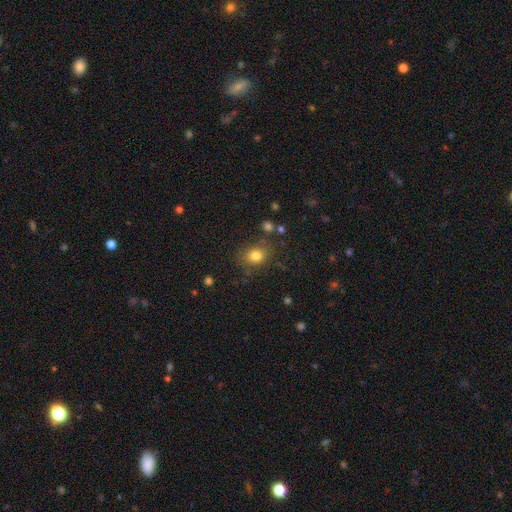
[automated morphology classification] smooth 80%, star or artifact 13%, featured or disk 7%. Down the decision tree: how rounded — round (56%); merging — none (78%).